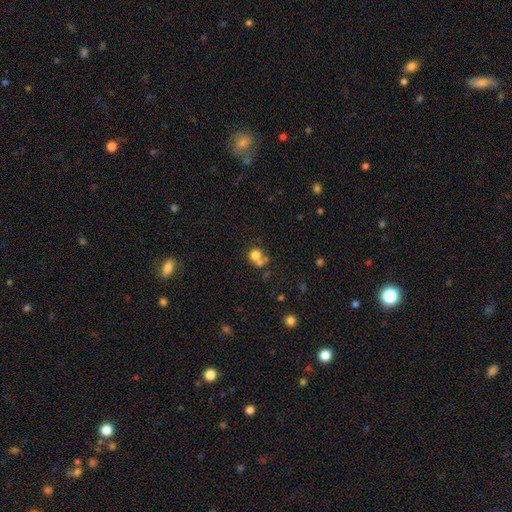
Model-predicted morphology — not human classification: A smooth galaxy with no disk features (74%) that is round (78%). Merging: merger (41%).